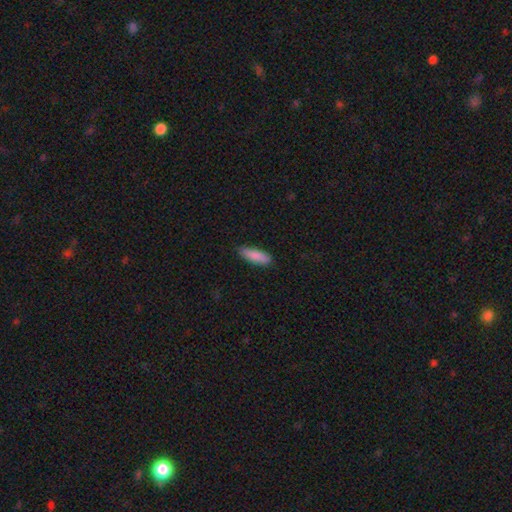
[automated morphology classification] Smooth or featured? Predicted: smooth (p=0.87). How rounded? Predicted: in between (p=0.51). Merging? Predicted: none (p=0.85).